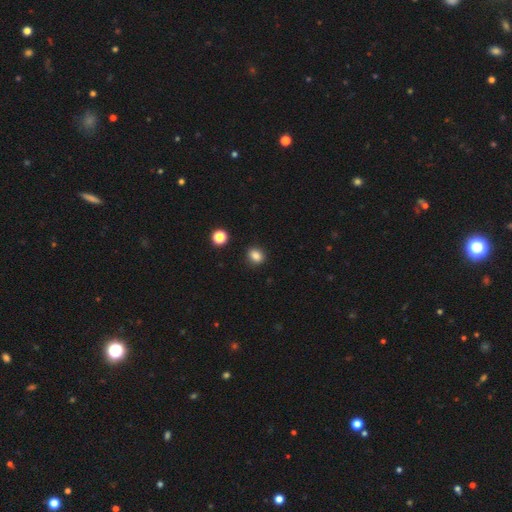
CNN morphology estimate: smooth-or-featured: smooth: 84% | star or artifact: 11% | featured or disk: 4%
  how-rounded: round: 52% | in between: 47% | cigar-shaped: 1%
  merging: none: 88% | minor disturbance: 8% | major disturbance: 2% | merger: 2%